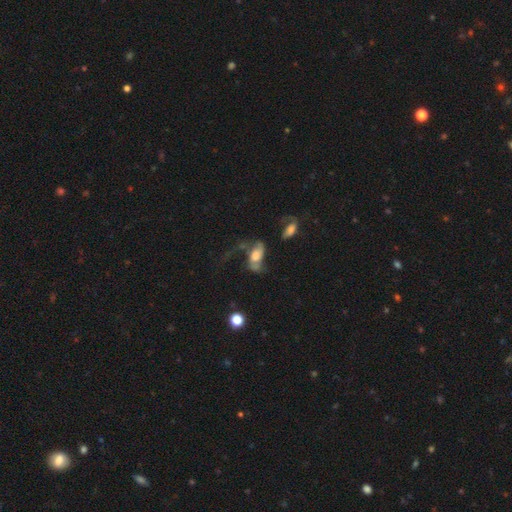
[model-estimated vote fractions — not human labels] The model was most divided on "bulge size": moderate: 38%, large: 34%, small: 15%, none: 8%, dominant: 5%. Remaining: edge-on disk — no (92%); spiral arms — yes (78%); bar — no (61%); smooth or featured — featured or disk (60%); merging — major disturbance (41%).